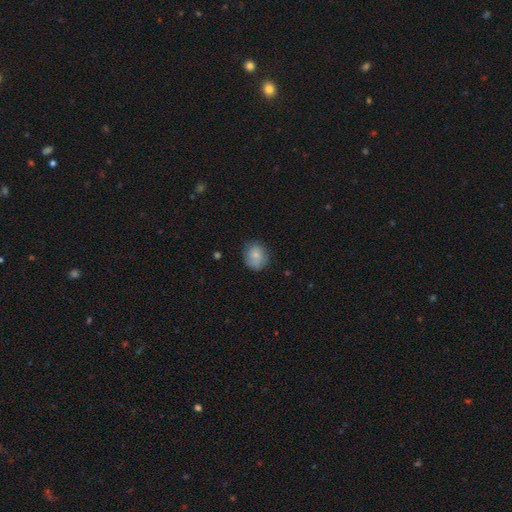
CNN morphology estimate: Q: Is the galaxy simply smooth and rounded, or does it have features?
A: smooth — 80%.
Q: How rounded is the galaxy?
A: round — 71%.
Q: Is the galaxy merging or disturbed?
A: none — 77%.